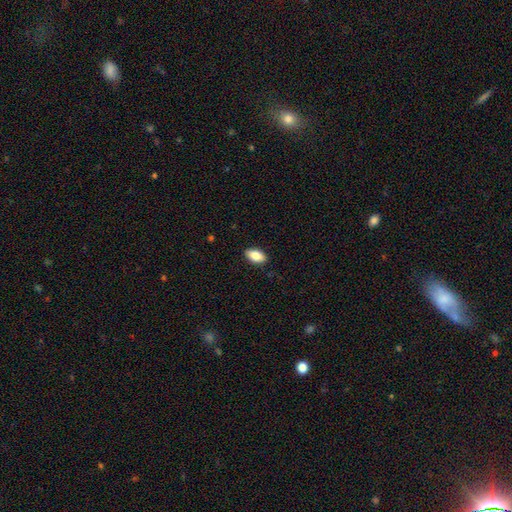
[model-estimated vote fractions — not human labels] Smooth or featured?
  - smooth: 84% *
  - featured or disk: 9%
  - star or artifact: 7%
How rounded?
  - in between: 92% *
  - cigar-shaped: 4%
  - round: 4%
Merging?
  - none: 89% *
  - minor disturbance: 8%
  - major disturbance: 2%
  - merger: 1%